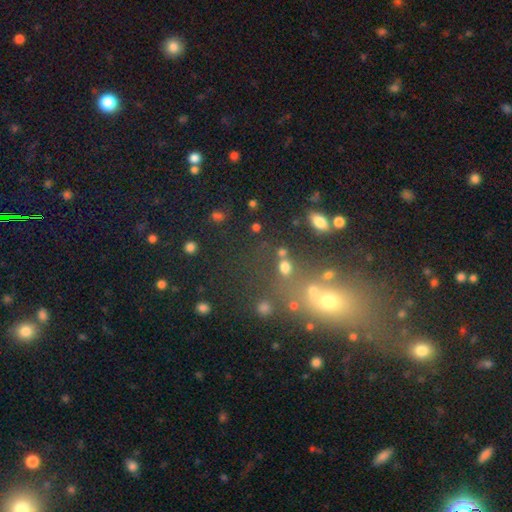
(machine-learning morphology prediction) A star or artifact, not a galaxy (43%).

Vote fractions:
- Smooth or featured? star or artifact: 43% / smooth: 41% / featured or disk: 16%